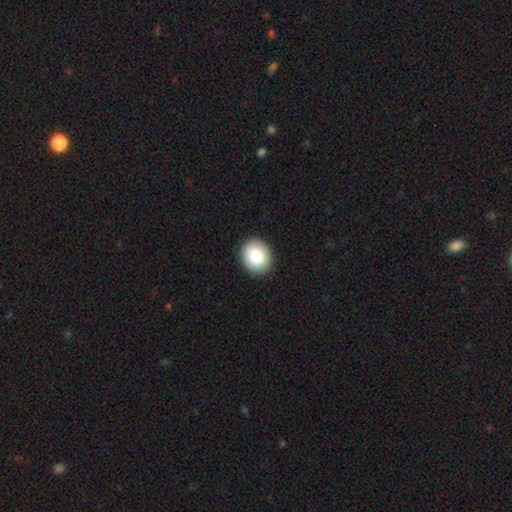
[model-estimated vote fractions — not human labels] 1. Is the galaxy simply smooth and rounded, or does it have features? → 87% smooth, 7% star or artifact, 5% featured or disk.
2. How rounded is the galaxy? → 60% round, 39% in between, 1% cigar-shaped.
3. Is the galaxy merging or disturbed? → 90% none, 7% minor disturbance, 2% major disturbance, 1% merger.